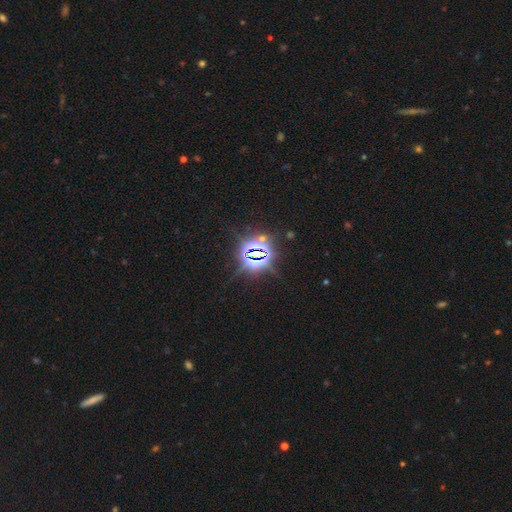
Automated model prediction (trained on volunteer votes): This is clearly a star or artifact rather than a galaxy (83%).